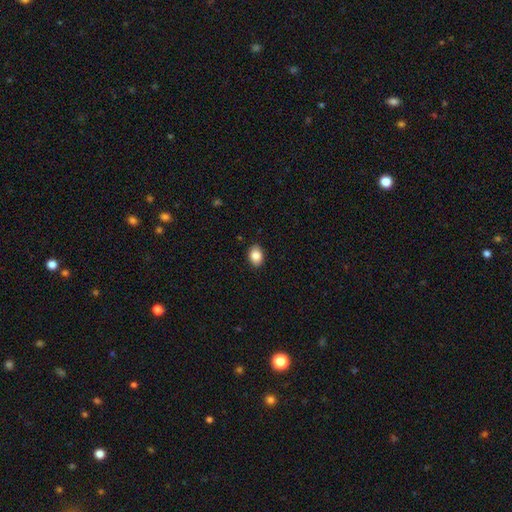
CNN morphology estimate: smooth_or_featured: smooth (p=0.87) [alt: star or artifact p=0.08]
how_rounded: in between (p=0.75) [alt: round p=0.24]
merging: none (p=0.89) [alt: minor disturbance p=0.09]